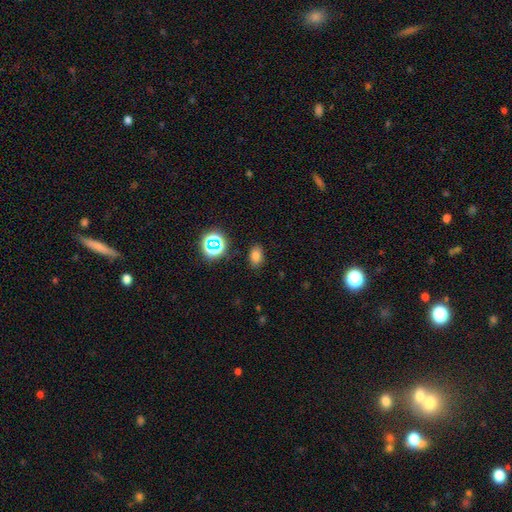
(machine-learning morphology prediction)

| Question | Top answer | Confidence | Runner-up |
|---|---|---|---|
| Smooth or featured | smooth | 75% | star or artifact (18%) |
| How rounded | in between | 81% | round (17%) |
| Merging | none | 85% | minor disturbance (10%) |